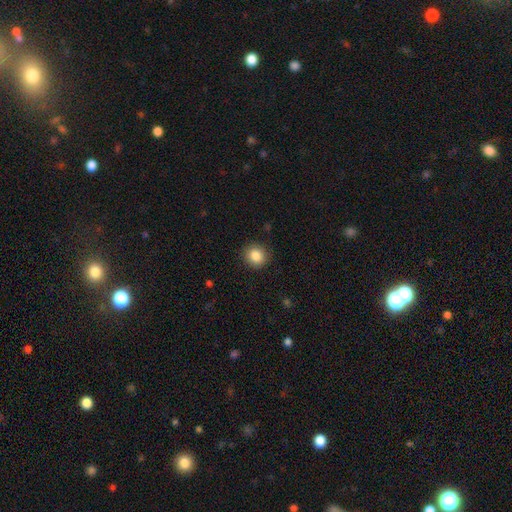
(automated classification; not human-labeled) This is clearly a smooth galaxy (86%). How rounded: clearly round (86%). Merging: clearly none (89%).